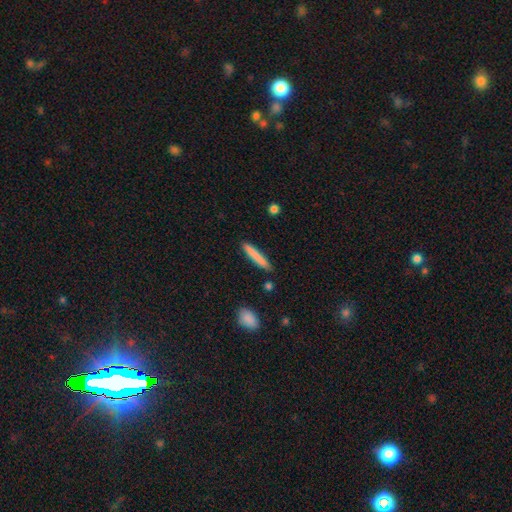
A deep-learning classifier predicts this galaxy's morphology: This is likely a smooth galaxy (79%). How rounded: clearly cigar-shaped (94%). Merging: clearly none (89%).